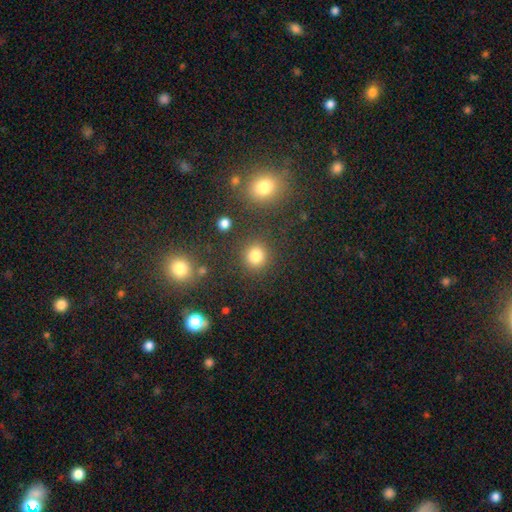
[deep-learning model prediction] smooth-or-featured: smooth: 81% | star or artifact: 14% | featured or disk: 5%
  how-rounded: round: 89% | in between: 10% | cigar-shaped: 1%
  merging: none: 86% | minor disturbance: 7% | merger: 4% | major disturbance: 3%